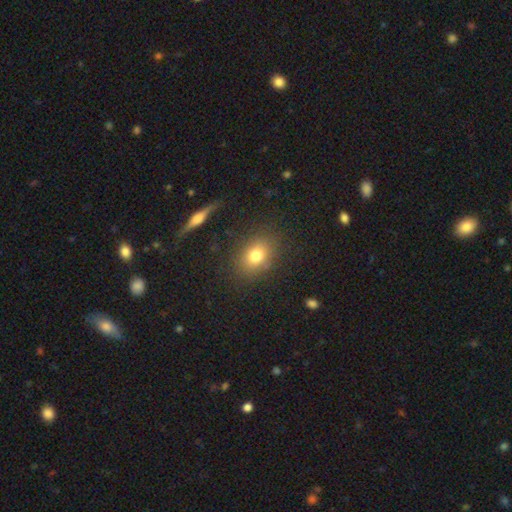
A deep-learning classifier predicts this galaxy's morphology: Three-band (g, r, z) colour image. It shows a smooth galaxy with no disk features (76%) that is in between round and cigar-shaped (61%). Merging: none (82%).